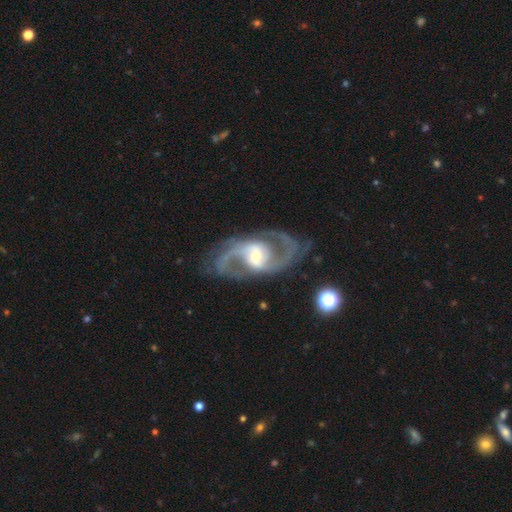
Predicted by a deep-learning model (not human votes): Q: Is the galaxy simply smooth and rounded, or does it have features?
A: featured or disk — 91%.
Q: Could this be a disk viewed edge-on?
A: no — 97%.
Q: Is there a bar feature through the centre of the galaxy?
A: weak — 41%.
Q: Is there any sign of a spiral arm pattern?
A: yes — 96%.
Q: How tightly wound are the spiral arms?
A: medium — 54%.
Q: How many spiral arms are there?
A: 2 — 92%.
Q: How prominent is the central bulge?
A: moderate — 49%.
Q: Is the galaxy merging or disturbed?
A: none — 76%.